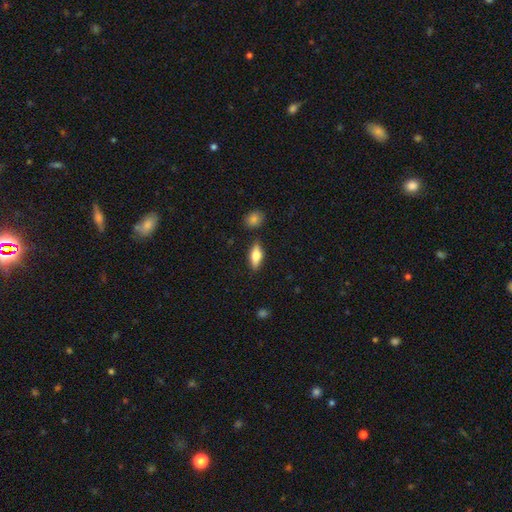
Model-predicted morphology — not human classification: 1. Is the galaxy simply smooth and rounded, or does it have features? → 61% smooth, 32% featured or disk, 7% star or artifact.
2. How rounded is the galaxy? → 67% in between, 29% cigar-shaped, 4% round.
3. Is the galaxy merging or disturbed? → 85% none, 10% minor disturbance, 3% merger, 3% major disturbance.